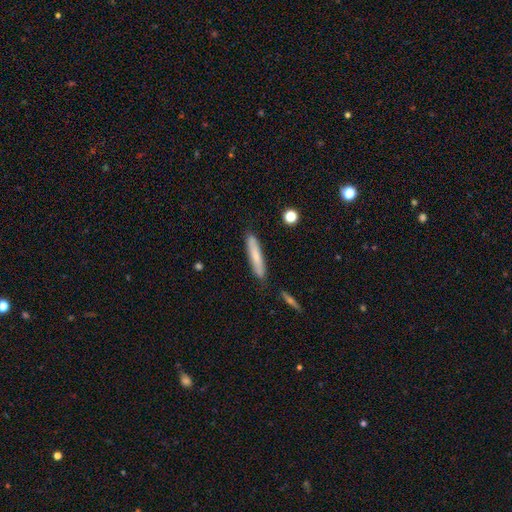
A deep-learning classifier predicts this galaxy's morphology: Smooth or featured?
  - smooth: 68% *
  - featured or disk: 26%
  - star or artifact: 6%
How rounded?
  - cigar-shaped: 91% *
  - in between: 7%
  - round: 1%
Merging?
  - none: 83% *
  - minor disturbance: 12%
  - merger: 3%
  - major disturbance: 2%